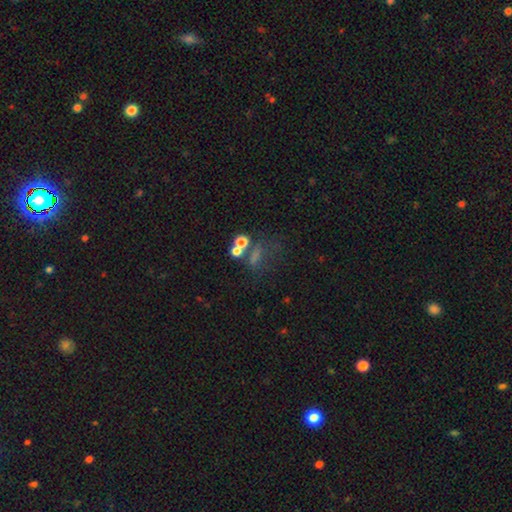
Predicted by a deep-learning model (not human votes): Smooth or featured: smooth — 42% (star or artifact — 39%)
Merging: none — 46% (merger — 20%)